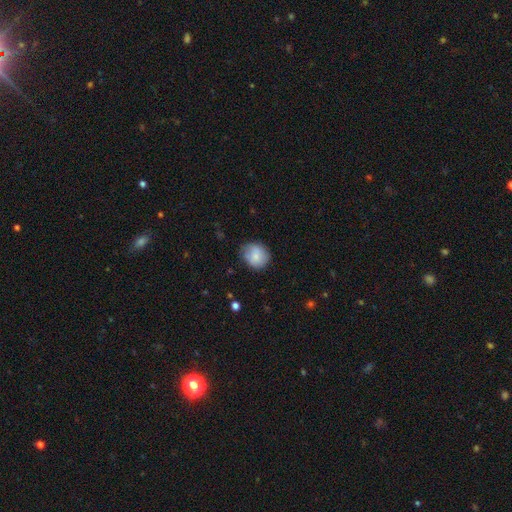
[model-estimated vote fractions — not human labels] smooth-or-featured: smooth: 78% | featured or disk: 14% | star or artifact: 7%
  how-rounded: round: 69% | in between: 30% | cigar-shaped: 1%
  merging: none: 71% | minor disturbance: 22% | major disturbance: 5% | merger: 1%